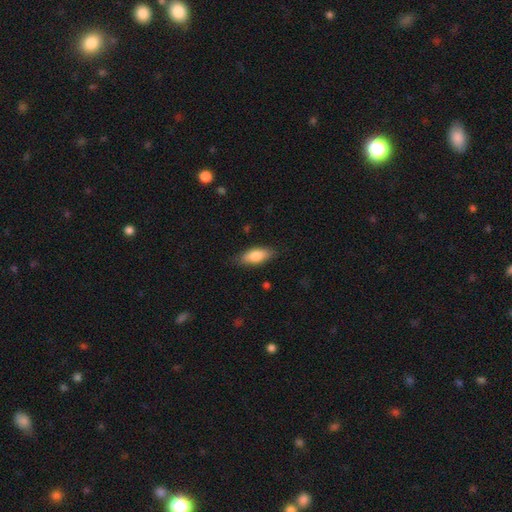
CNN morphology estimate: type=smooth (79%); roundness=in between (79%); merging=none (81%).